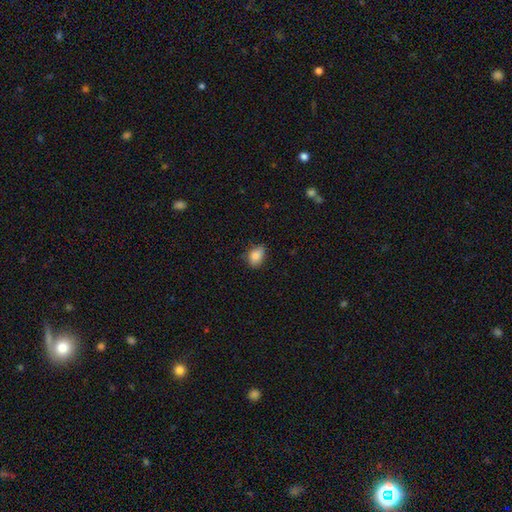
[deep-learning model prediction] A smooth galaxy with no disk features (86%) that is in between round and cigar-shaped (76%). Merging: none (66%).